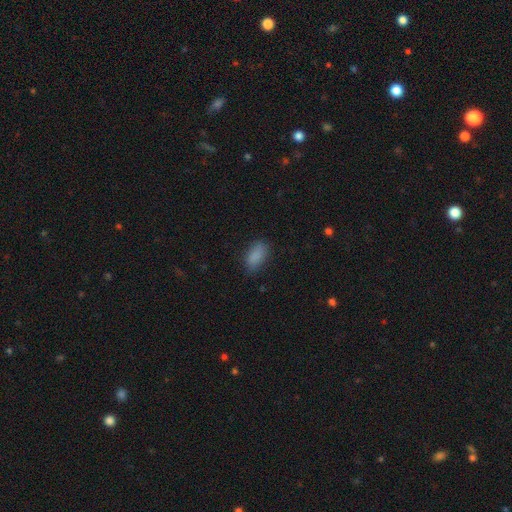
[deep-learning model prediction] smooth-or-featured: smooth: 86% | star or artifact: 9% | featured or disk: 5%
  how-rounded: in between: 90% | cigar-shaped: 5% | round: 4%
  merging: none: 76% | minor disturbance: 18% | major disturbance: 5% | merger: 1%